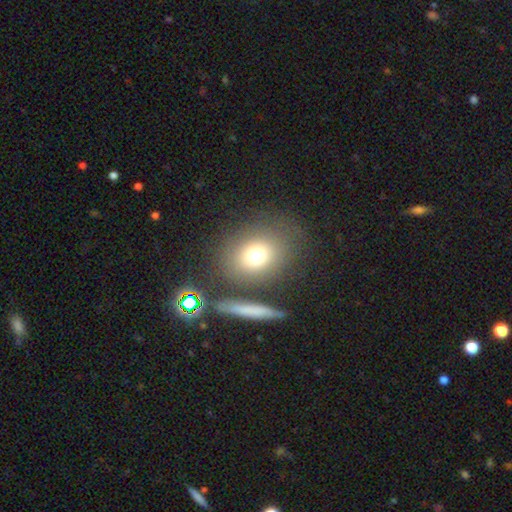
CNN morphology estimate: This appears to be a smooth galaxy with no disk features (72%) that is round (66%). Merging: none (73%).